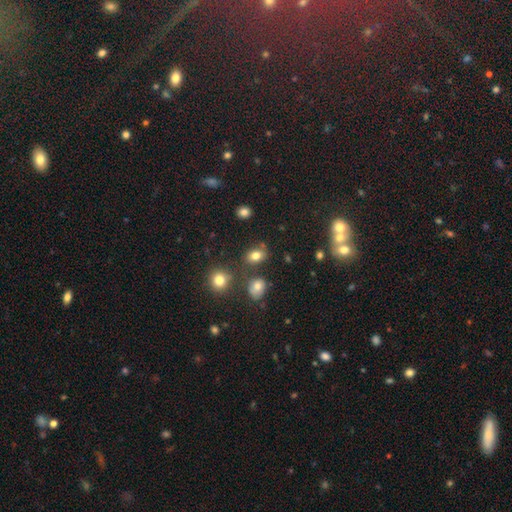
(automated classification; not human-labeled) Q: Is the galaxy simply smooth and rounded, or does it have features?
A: smooth — 78%.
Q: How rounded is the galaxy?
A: in between — 69%.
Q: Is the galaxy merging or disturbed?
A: none — 69%.